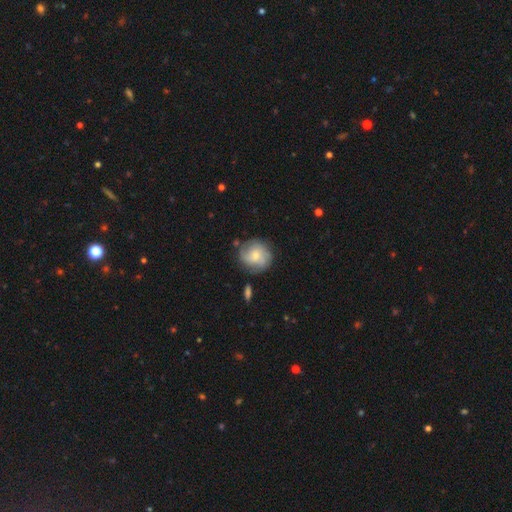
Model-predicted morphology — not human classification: Q: Smooth or featured?
A: featured or disk (52%); runner-up: smooth (41%)
Q: Edge-on disk?
A: no (97%); runner-up: yes (3%)
Q: Bar?
A: no (71%); runner-up: weak (26%)
Q: Spiral arms?
A: yes (83%); runner-up: no (17%)
Q: Bulge size?
A: small (54%); runner-up: moderate (38%)
Q: Merging?
A: none (71%); runner-up: minor disturbance (19%)